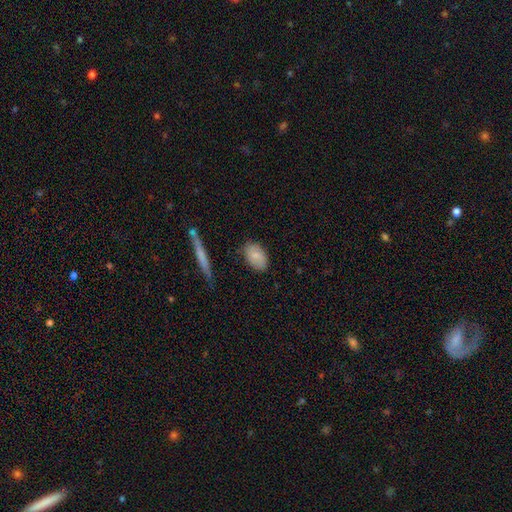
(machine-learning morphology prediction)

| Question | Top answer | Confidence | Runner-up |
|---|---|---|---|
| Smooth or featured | smooth | 80% | featured or disk (14%) |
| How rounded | in between | 89% | round (8%) |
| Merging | none | 80% | minor disturbance (15%) |